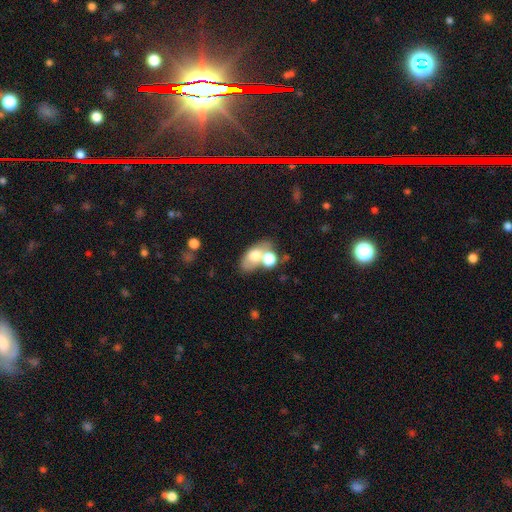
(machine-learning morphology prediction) smooth_or_featured: smooth (p=0.65) [alt: featured or disk p=0.25]
how_rounded: in between (p=0.82) [alt: round p=0.15]
merging: merger (p=0.42) [alt: none p=0.37]